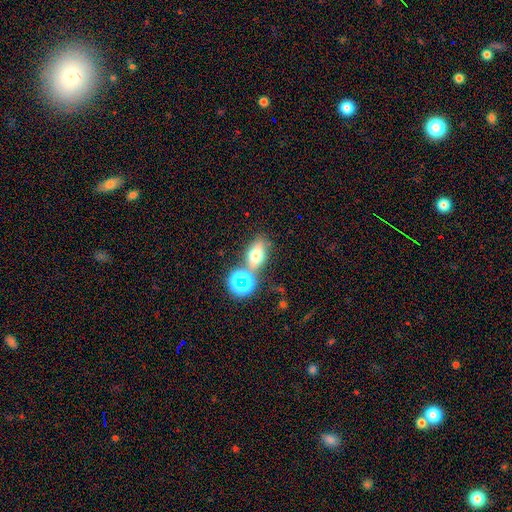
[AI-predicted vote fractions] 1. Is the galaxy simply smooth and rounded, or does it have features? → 59% smooth, 22% star or artifact, 19% featured or disk.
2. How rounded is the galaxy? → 68% in between, 26% round, 6% cigar-shaped.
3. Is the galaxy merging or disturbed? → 64% none, 18% merger, 13% minor disturbance, 5% major disturbance.